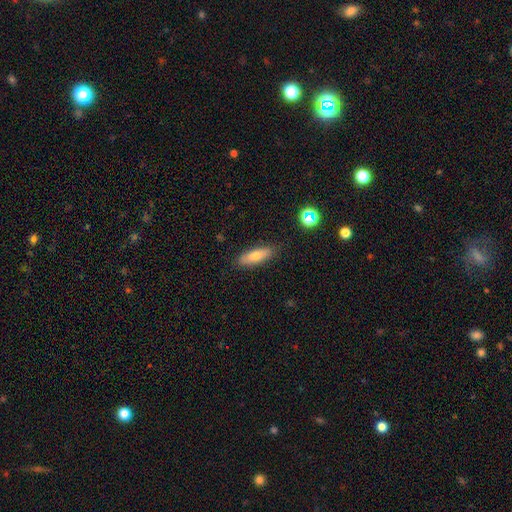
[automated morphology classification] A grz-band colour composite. It shows a smooth galaxy with no disk features (71%) that is in between round and cigar-shaped (59%). Merging: none (85%).